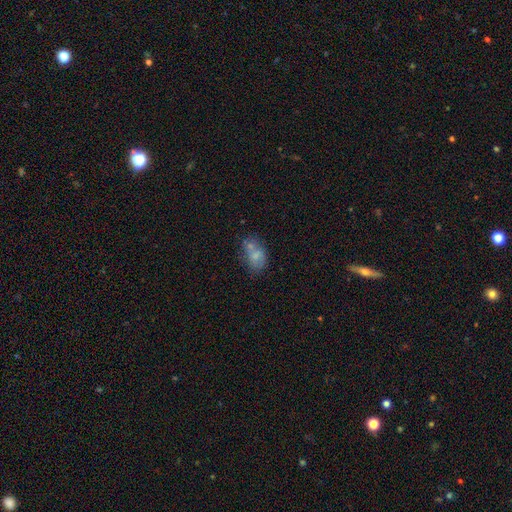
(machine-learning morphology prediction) Smooth or featured?
  - smooth: 64% *
  - featured or disk: 25%
  - star or artifact: 11%
How rounded?
  - in between: 80% *
  - round: 18%
  - cigar-shaped: 2%
Merging?
  - none: 37% *
  - merger: 33%
  - minor disturbance: 19%
  - major disturbance: 10%